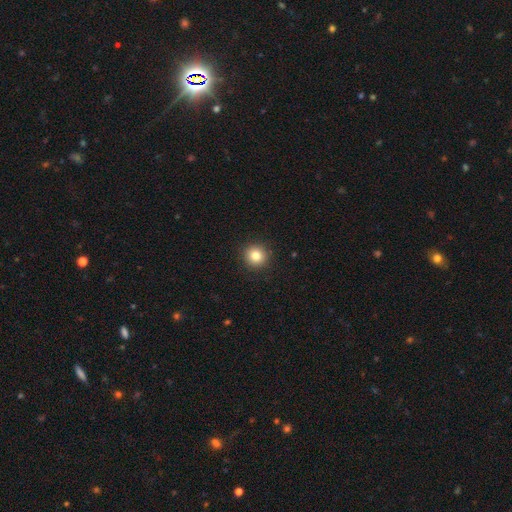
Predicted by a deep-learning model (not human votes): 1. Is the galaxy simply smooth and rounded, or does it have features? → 83% smooth, 11% star or artifact, 6% featured or disk.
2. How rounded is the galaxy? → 93% round, 6% in between, 1% cigar-shaped.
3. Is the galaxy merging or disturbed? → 92% none, 5% minor disturbance, 2% major disturbance, 1% merger.